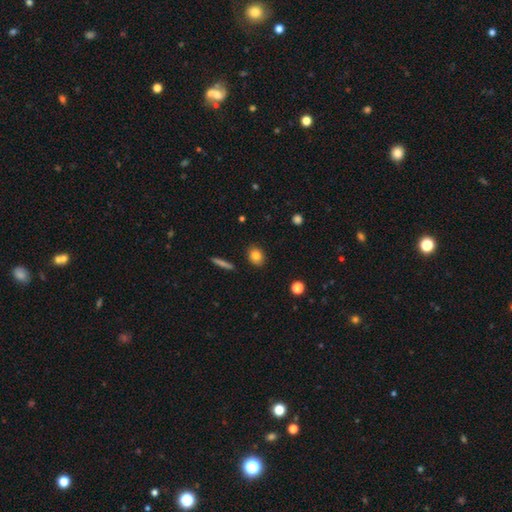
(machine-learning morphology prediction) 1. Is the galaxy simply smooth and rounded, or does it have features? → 82% smooth, 9% star or artifact, 8% featured or disk.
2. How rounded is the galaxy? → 50% in between, 48% round, 2% cigar-shaped.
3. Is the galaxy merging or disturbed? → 88% none, 8% minor disturbance, 2% major disturbance, 2% merger.